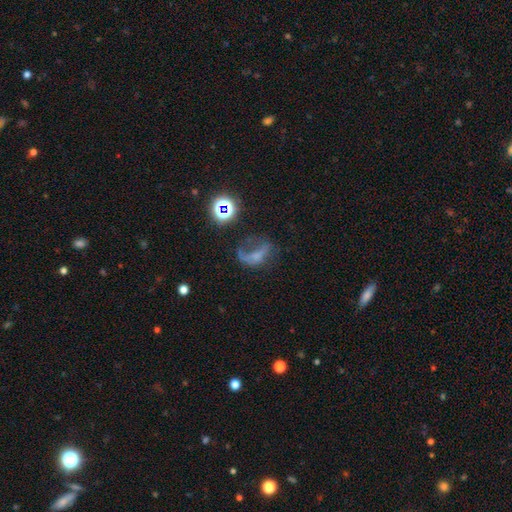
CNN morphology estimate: smooth_or_featured: featured or disk (p=0.45) [alt: smooth p=0.32]
merging: major disturbance (p=0.48) [alt: none p=0.29]